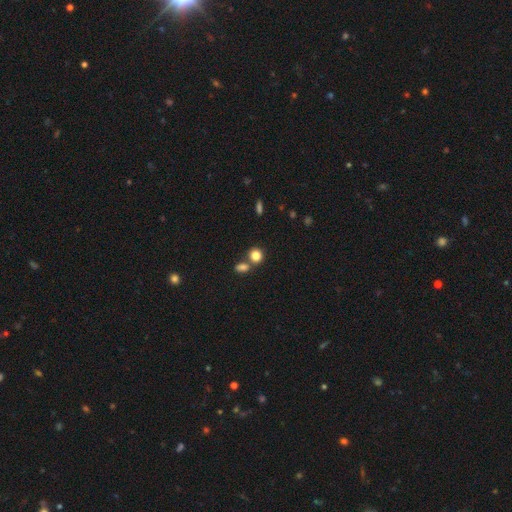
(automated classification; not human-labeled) This appears to be a smooth galaxy with no disk features (83%) that is round (79%). Merging: none (56%).